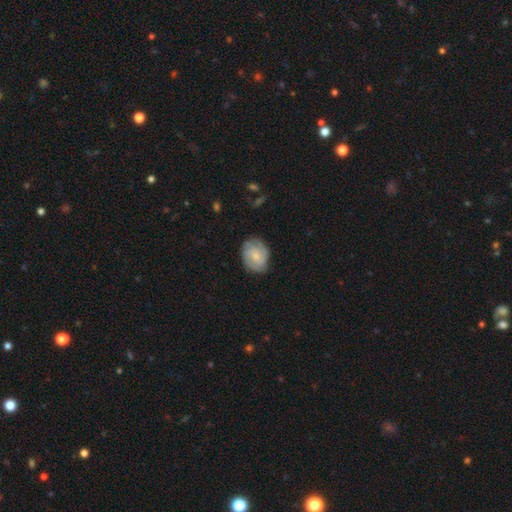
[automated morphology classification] Smooth or featured? Predicted: featured or disk (p=0.59). Edge-on disk? Predicted: no (p=0.97). Bar? Predicted: no (p=0.65). Spiral arms? Predicted: yes (p=0.89). Spiral winding? Predicted: tight (p=0.56). Spiral arm count? Predicted: can't tell (p=0.32). Bulge size? Predicted: small (p=0.61). Merging? Predicted: none (p=0.74).